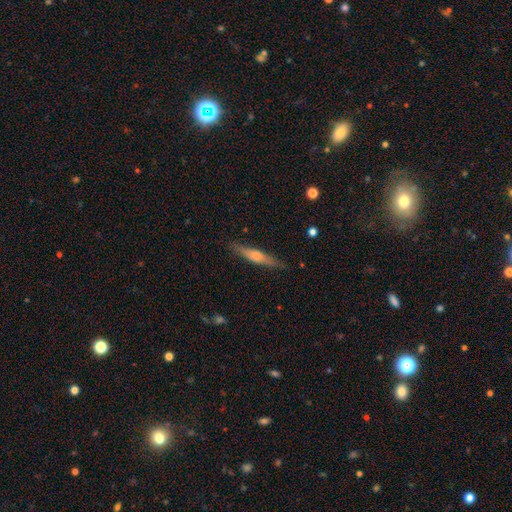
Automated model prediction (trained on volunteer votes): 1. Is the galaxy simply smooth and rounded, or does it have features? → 53% smooth, 41% featured or disk, 6% star or artifact.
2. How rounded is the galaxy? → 86% cigar-shaped, 12% in between, 2% round.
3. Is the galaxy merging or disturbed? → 84% none, 12% minor disturbance, 3% major disturbance, 1% merger.